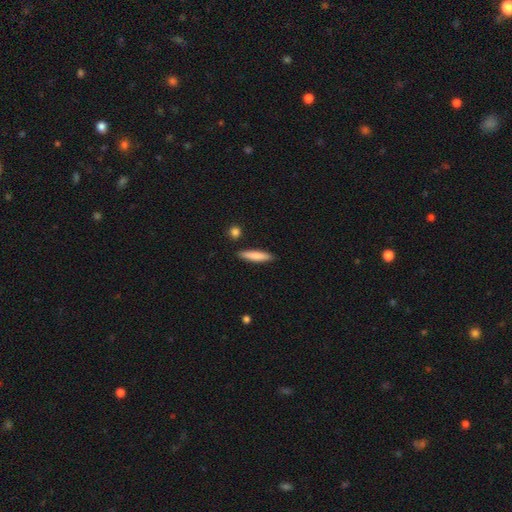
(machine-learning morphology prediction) Overall: smooth (80%). How rounded: cigar-shaped (81%). Merging: none (89%).